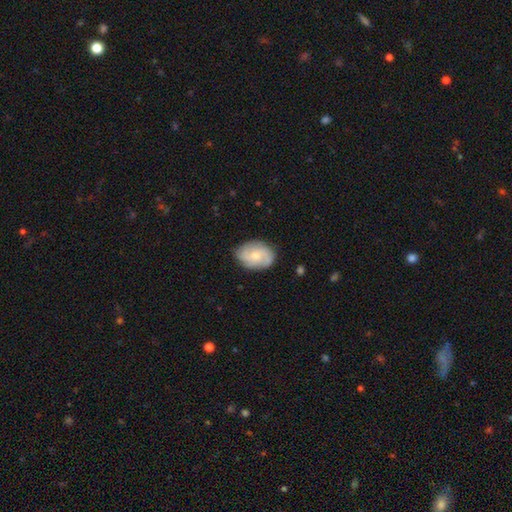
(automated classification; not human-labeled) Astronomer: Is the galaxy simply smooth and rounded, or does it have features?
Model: featured or disk — 70%.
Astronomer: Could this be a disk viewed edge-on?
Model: no — 97%.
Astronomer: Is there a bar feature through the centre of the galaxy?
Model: no — 68%.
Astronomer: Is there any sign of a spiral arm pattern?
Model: yes — 94%.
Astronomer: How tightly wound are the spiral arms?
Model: medium — 43% (runner-up: tight, 40%).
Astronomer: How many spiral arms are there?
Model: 3 — 39% (runner-up: can't tell, 20%).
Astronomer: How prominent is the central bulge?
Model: small — 51% (runner-up: moderate, 42%).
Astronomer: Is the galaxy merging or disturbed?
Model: none — 79%.